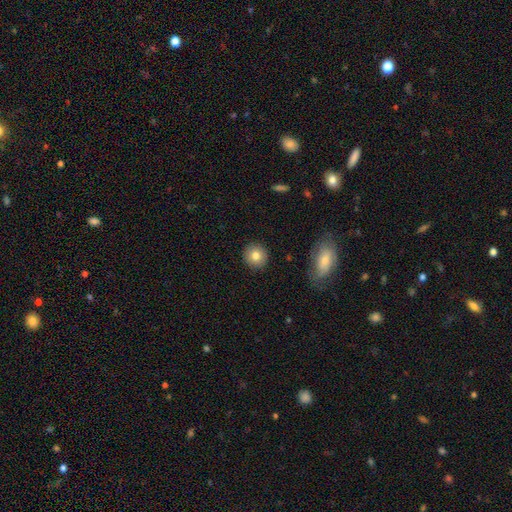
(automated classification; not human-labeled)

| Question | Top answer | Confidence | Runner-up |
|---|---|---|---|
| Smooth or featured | smooth | 81% | featured or disk (10%) |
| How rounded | round | 91% | in between (8%) |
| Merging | none | 90% | minor disturbance (6%) |